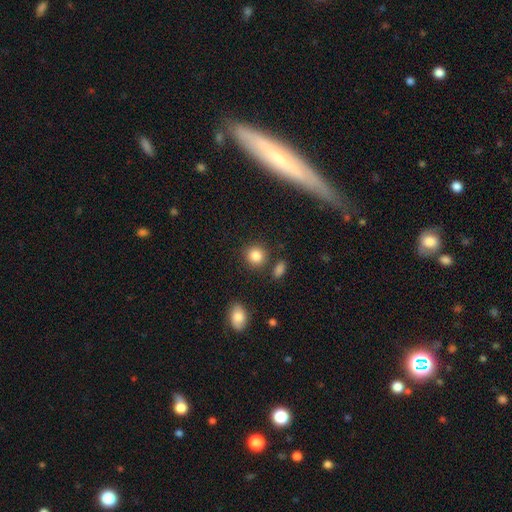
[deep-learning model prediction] This appears to be a smooth galaxy with no disk features (85%) that is round (84%). Merging: none (83%).